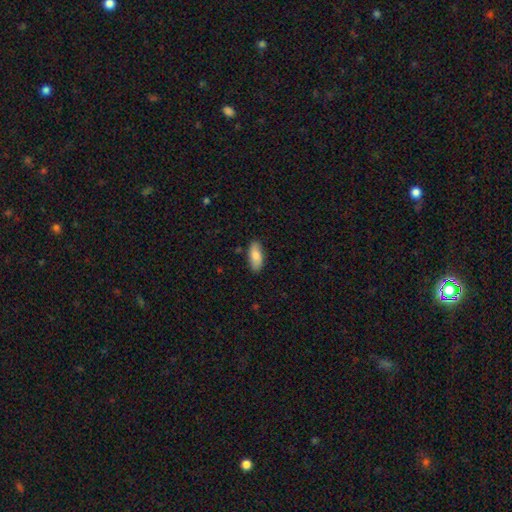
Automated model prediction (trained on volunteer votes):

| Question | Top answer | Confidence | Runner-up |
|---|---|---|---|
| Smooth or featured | smooth | 79% | featured or disk (15%) |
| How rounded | in between | 86% | cigar-shaped (12%) |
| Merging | none | 85% | minor disturbance (11%) |